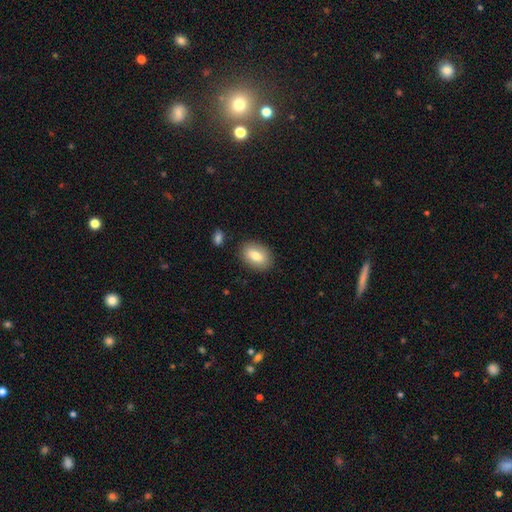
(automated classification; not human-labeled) smooth-or-featured: smooth: 79% | featured or disk: 14% | star or artifact: 7%
  how-rounded: in between: 86% | round: 13% | cigar-shaped: 2%
  merging: none: 85% | minor disturbance: 10% | major disturbance: 3% | merger: 2%